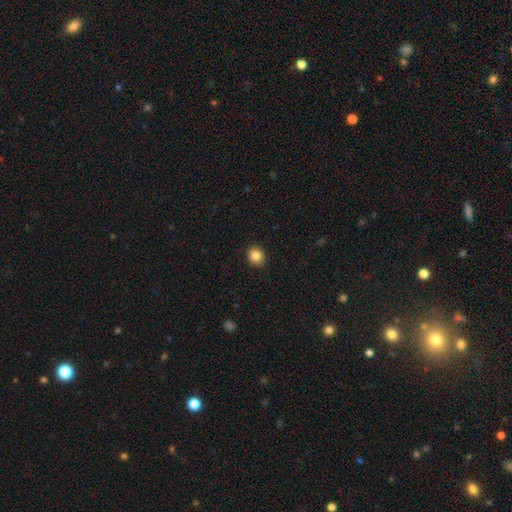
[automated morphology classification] Smooth or featured?
  - smooth: 85% *
  - star or artifact: 10%
  - featured or disk: 5%
How rounded?
  - round: 86% *
  - in between: 13%
  - cigar-shaped: 1%
Merging?
  - none: 93% *
  - minor disturbance: 5%
  - major disturbance: 2%
  - merger: 1%